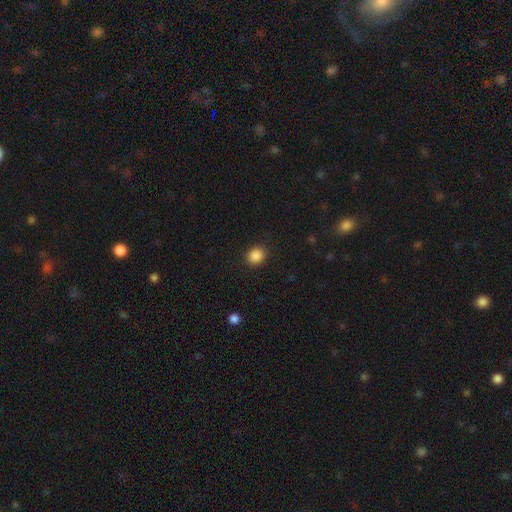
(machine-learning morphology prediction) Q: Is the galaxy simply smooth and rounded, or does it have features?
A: smooth — 87%.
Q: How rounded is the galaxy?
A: round — 75%.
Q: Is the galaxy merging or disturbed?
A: none — 90%.